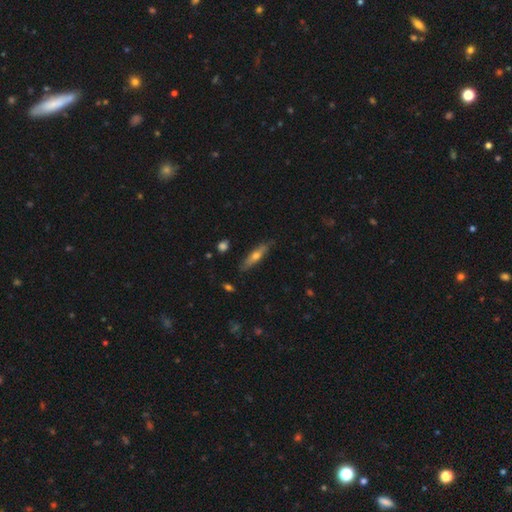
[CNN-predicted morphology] The model was most divided on "smooth or featured": smooth: 50%, featured or disk: 43%, star or artifact: 6%. More confident: merging — none (82%); how rounded — cigar-shaped (78%).